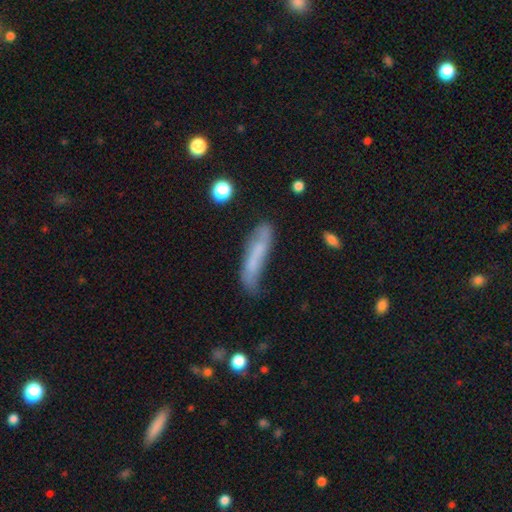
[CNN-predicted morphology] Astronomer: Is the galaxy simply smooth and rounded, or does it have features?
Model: smooth — 56% (runner-up: featured or disk, 35%).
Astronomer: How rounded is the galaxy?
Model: cigar-shaped — 79%.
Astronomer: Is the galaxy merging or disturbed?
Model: none — 54% (runner-up: minor disturbance, 29%).